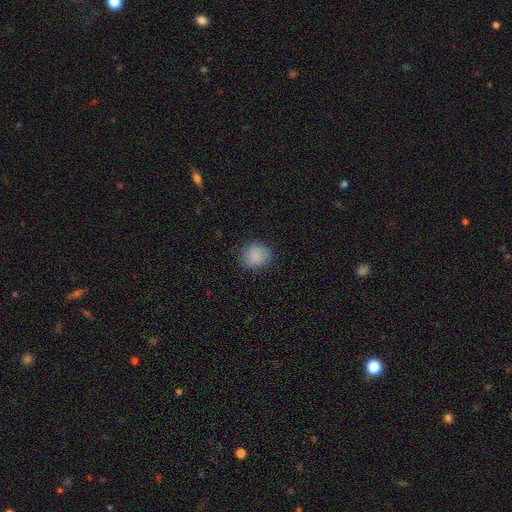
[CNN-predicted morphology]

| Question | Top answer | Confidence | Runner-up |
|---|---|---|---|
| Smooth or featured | smooth | 87% | star or artifact (8%) |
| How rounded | round | 74% | in between (25%) |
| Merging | none | 85% | minor disturbance (11%) |